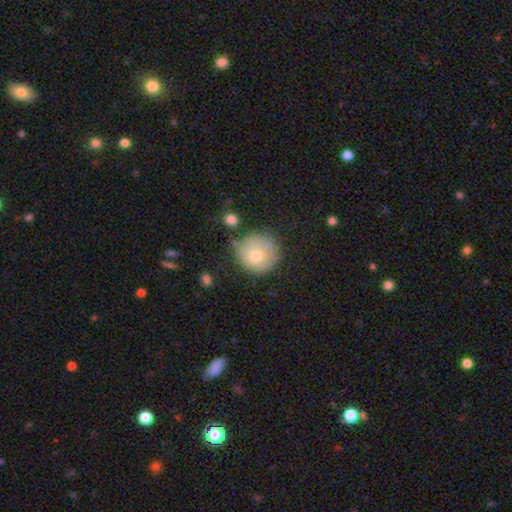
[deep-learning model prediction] A smooth galaxy with no disk features (72%) that is round (94%). Merging: none (76%).